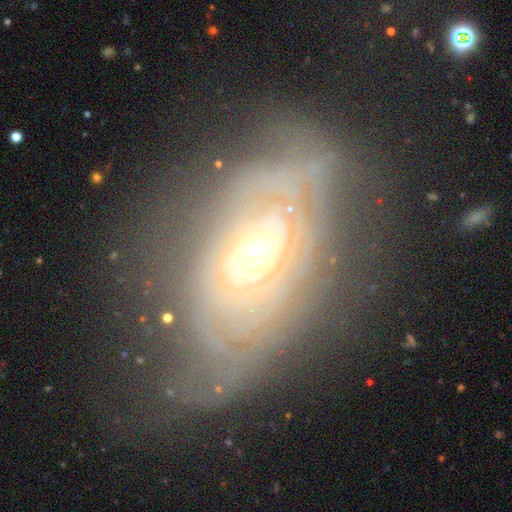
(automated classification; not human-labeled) This appears to be a featured or disk galaxy (80%) with no bar (59%), tight (72%) spiral arms (79%) and a moderate central bulge (51%). Merging: none (56%).